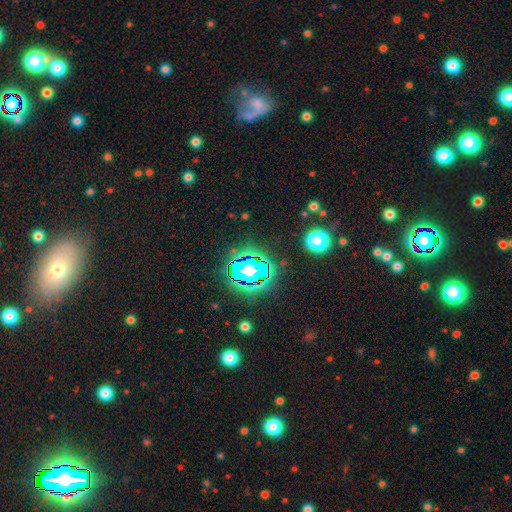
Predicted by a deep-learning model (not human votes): Morphology: type=star or artifact (75%).